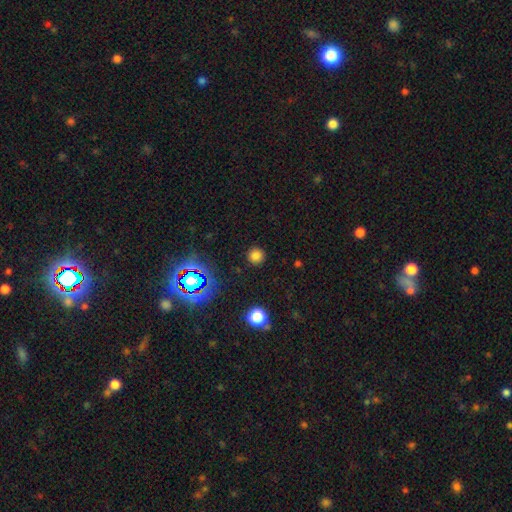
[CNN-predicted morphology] Smooth or featured? smooth (76%)
How rounded? round (94%)
Merging? none (90%)